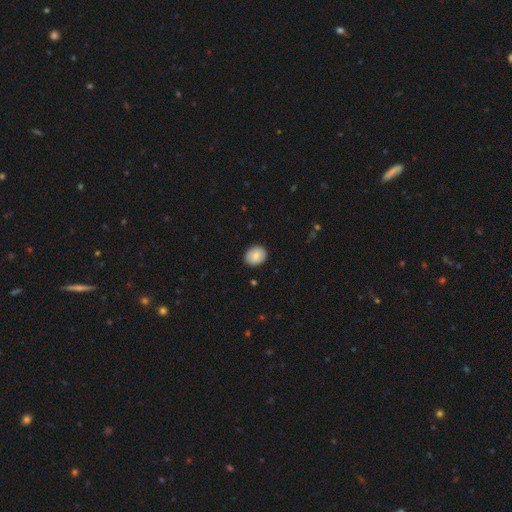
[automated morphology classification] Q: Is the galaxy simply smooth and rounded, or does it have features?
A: smooth — 84%.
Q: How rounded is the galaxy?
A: round — 57%.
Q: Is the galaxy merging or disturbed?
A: none — 88%.